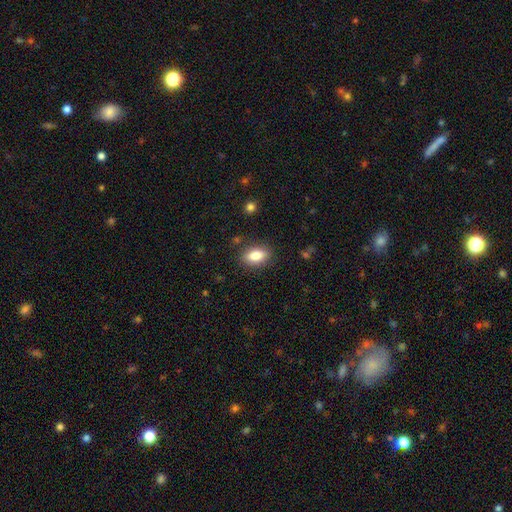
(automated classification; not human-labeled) A smooth galaxy with no disk features (82%) that is in between round and cigar-shaped (87%). Merging: none (86%).